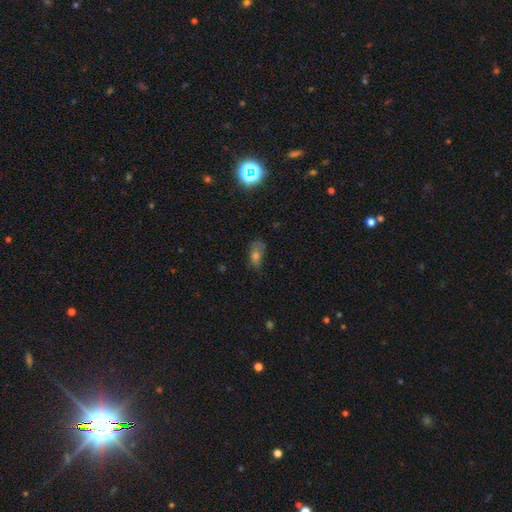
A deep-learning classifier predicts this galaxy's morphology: Smooth or featured: smooth — 57% (star or artifact — 24%)
How rounded: in between — 79% (round — 14%)
Merging: none — 44% (minor disturbance — 31%)